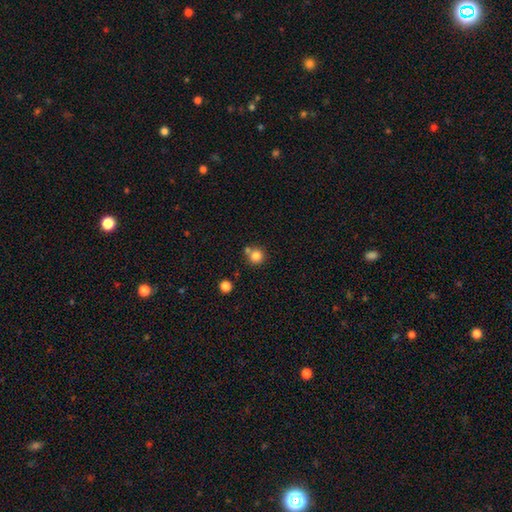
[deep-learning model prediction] A smooth galaxy with no disk features (82%) that is round (93%). Merging: none (66%).